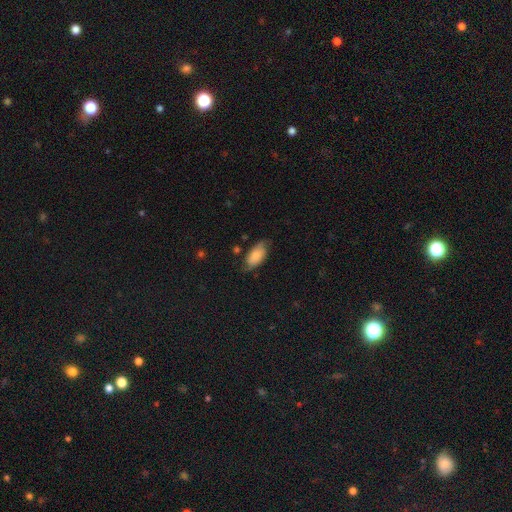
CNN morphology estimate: Smooth or featured: smooth — 66% (featured or disk — 27%)
How rounded: in between — 92% (cigar-shaped — 4%)
Merging: none — 64% (minor disturbance — 27%)